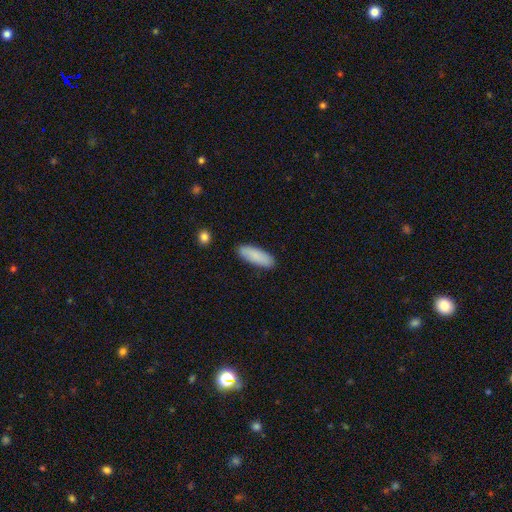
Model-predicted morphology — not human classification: Smooth or featured? smooth (88%)
How rounded? in between (58%)
Merging? none (88%)